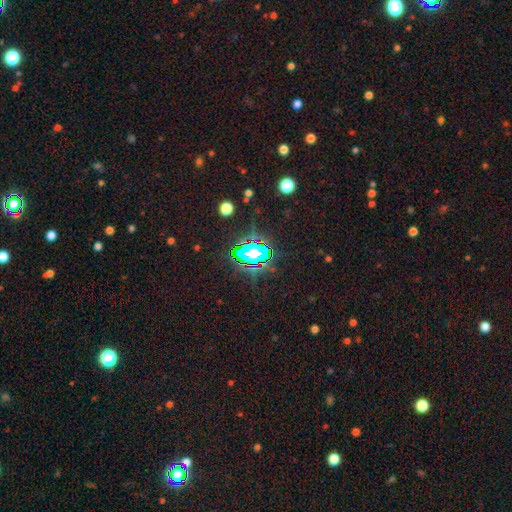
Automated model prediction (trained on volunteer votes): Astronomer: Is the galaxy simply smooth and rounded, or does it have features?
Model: star or artifact — 66%.